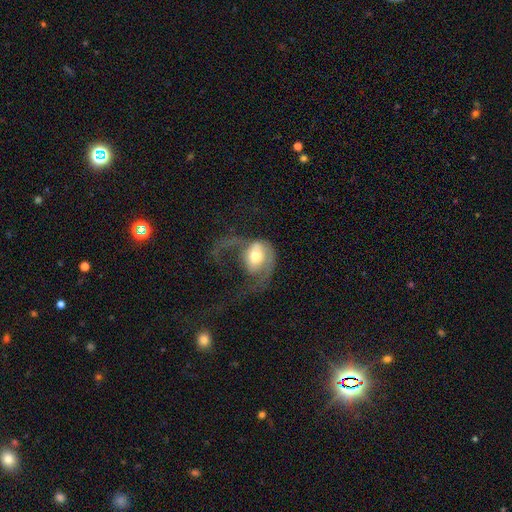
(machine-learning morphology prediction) Smooth or featured? Predicted: featured or disk (p=0.56). Edge-on disk? Predicted: no (p=0.96). Bar? Predicted: no (p=0.70). Spiral arms? Predicted: yes (p=0.69). Bulge size? Predicted: moderate (p=0.65). Merging? Predicted: major disturbance (p=0.64).